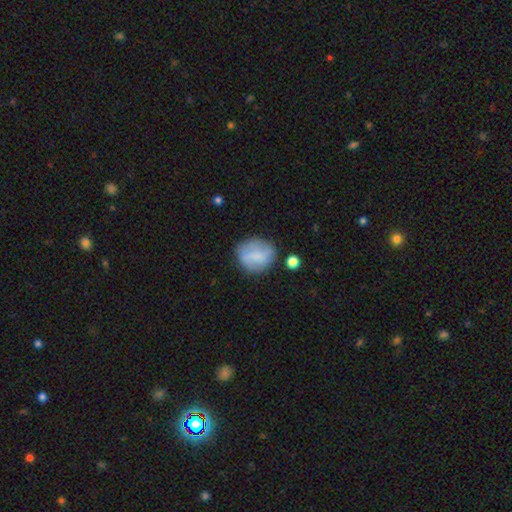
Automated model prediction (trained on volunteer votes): Smooth or featured?
  - smooth: 69% *
  - featured or disk: 24%
  - star or artifact: 8%
How rounded?
  - round: 75% *
  - in between: 23%
  - cigar-shaped: 1%
Merging?
  - none: 68% *
  - minor disturbance: 20%
  - major disturbance: 7%
  - merger: 5%